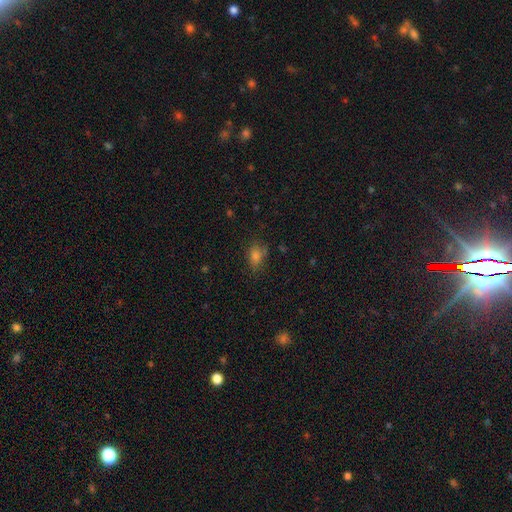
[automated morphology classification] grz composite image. It shows a smooth galaxy with no disk features (72%) that is in between round and cigar-shaped (75%). Merging: none (66%).